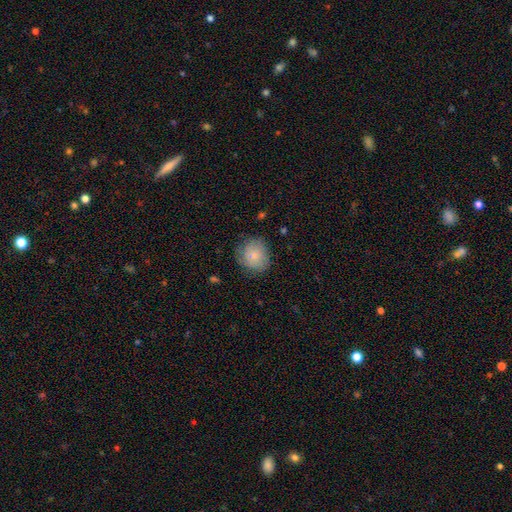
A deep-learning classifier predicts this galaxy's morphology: smooth_or_featured: smooth (p=0.78) [alt: featured or disk p=0.15]
how_rounded: round (p=0.85) [alt: in between p=0.14]
merging: none (p=0.76) [alt: minor disturbance p=0.18]